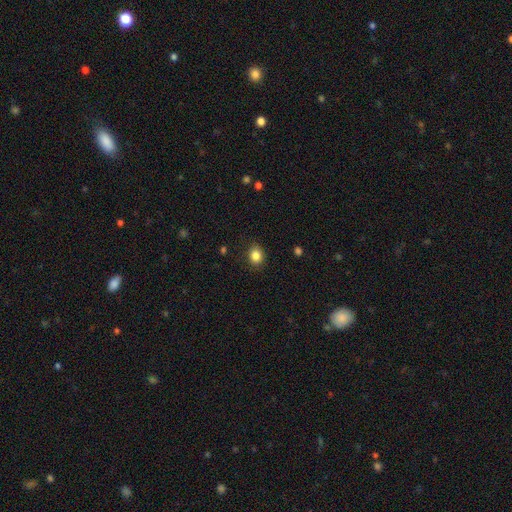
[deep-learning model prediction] Q: Smooth or featured?
A: smooth (85%); runner-up: star or artifact (10%)
Q: How rounded?
A: round (58%); runner-up: in between (41%)
Q: Merging?
A: none (86%); runner-up: minor disturbance (10%)